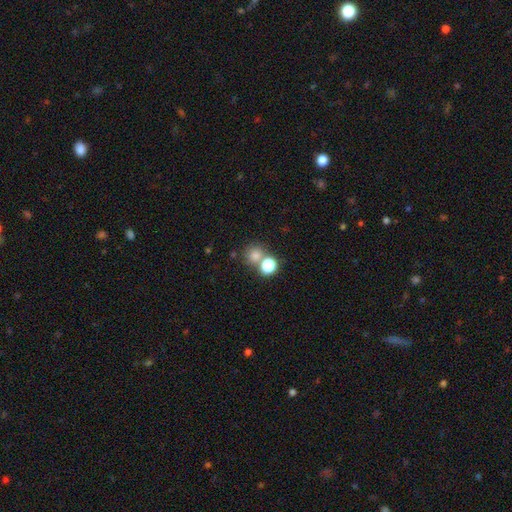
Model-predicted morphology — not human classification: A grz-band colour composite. It shows a smooth galaxy with no disk features (74%) that is round (86%). Merging: none (58%).